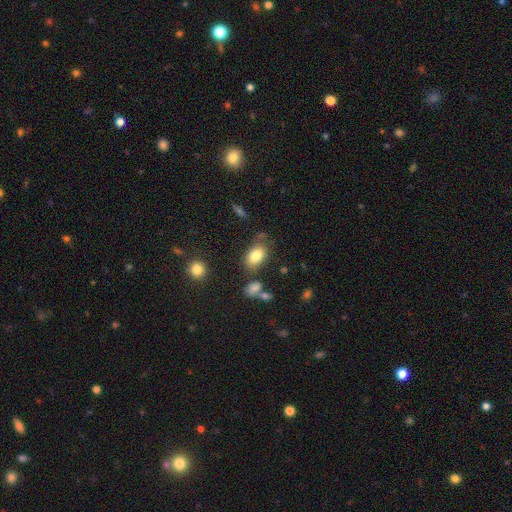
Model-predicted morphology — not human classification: This is clearly a smooth galaxy (82%). How rounded: clearly in between (89%). Merging: likely none (71%).